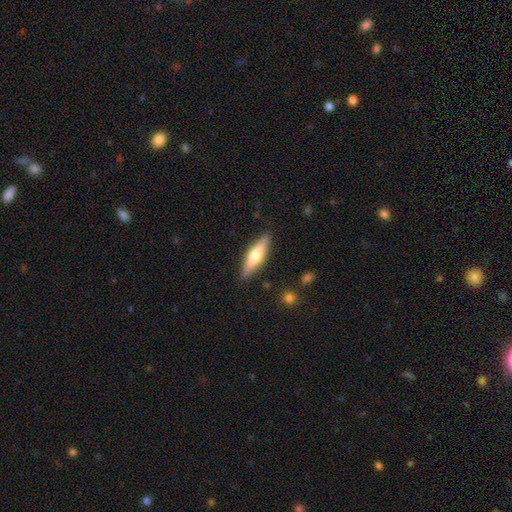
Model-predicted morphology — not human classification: smooth-or-featured: smooth: 50% | featured or disk: 44% | star or artifact: 6%
  how-rounded: cigar-shaped: 66% | in between: 32% | round: 2%
  merging: none: 87% | minor disturbance: 9% | major disturbance: 2% | merger: 1%